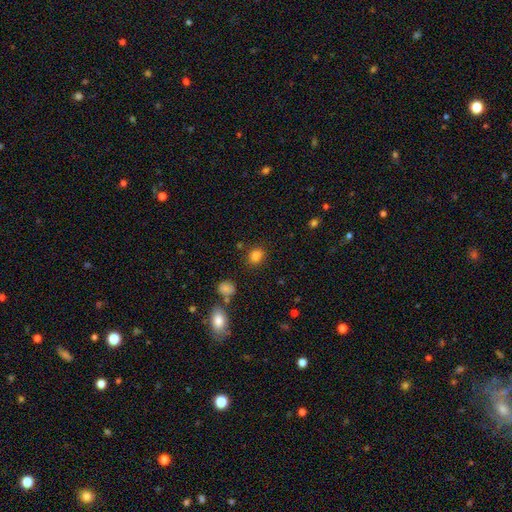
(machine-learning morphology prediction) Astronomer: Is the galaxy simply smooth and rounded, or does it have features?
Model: smooth — 83%.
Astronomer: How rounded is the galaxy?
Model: in between — 52% (runner-up: round, 47%).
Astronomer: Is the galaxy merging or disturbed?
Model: none — 77%.